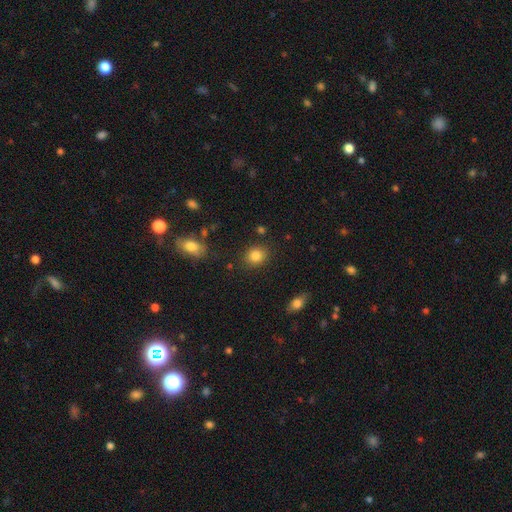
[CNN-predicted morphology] This appears to be a smooth galaxy with no disk features (85%) that is round (63%). Merging: none (85%).